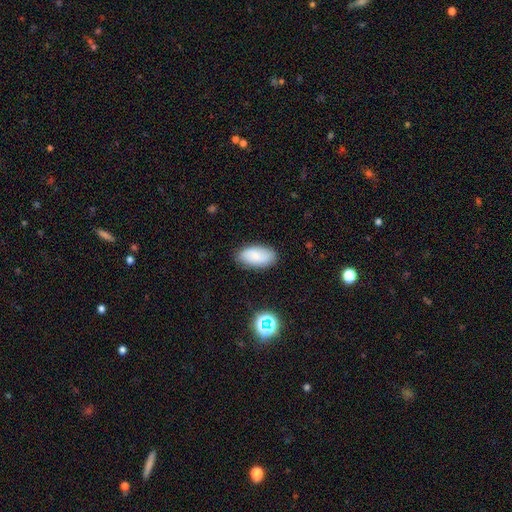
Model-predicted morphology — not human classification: Q: Smooth or featured?
A: smooth (80%); runner-up: featured or disk (12%)
Q: How rounded?
A: in between (94%); runner-up: round (3%)
Q: Merging?
A: none (83%); runner-up: minor disturbance (13%)